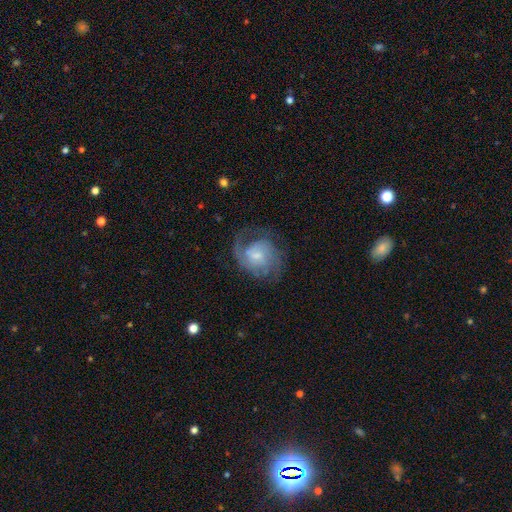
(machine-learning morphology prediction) A featured or disk galaxy (78%) with no bar (59%), 2 (38%) tight (42%, tied with medium) spiral arms (94%) and a small central bulge (52%). Merging: none (66%).